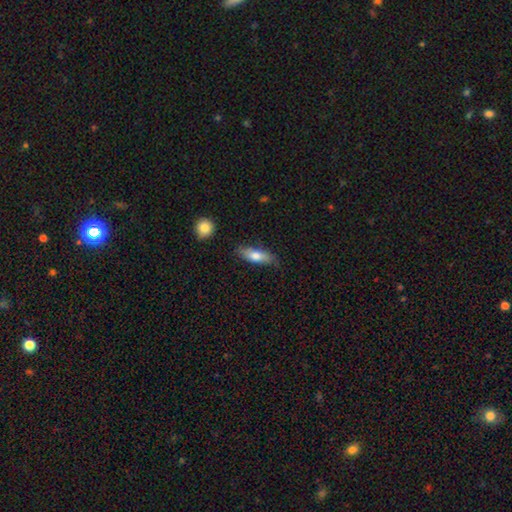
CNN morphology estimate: A smooth galaxy with no disk features (71%) that is in between round and cigar-shaped (57%).

Vote fractions:
- Smooth or featured? smooth: 71% / featured or disk: 23% / star or artifact: 6%
- How rounded? in between: 57% / cigar-shaped: 40% / round: 3%
- Merging? none: 76% / minor disturbance: 18% / major disturbance: 4% / merger: 2%